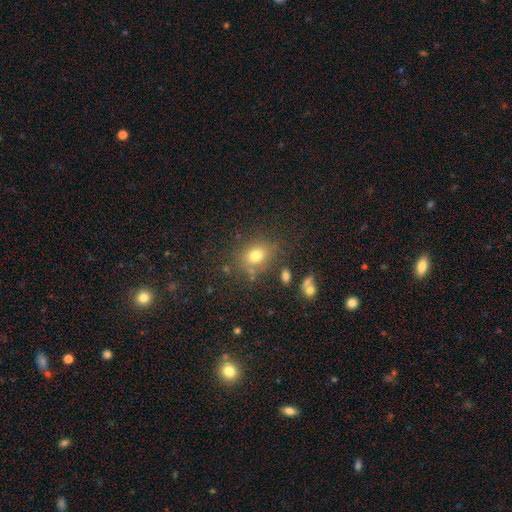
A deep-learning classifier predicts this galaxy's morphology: The model was most divided on "how rounded": in between: 52%, round: 47%, cigar-shaped: 1%. More confident: smooth or featured — smooth (75%); merging — none (74%).